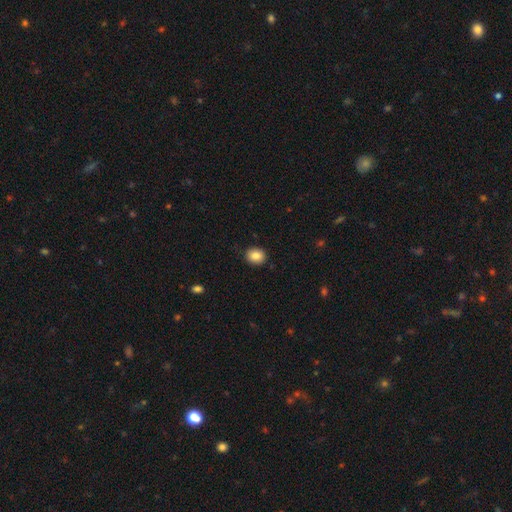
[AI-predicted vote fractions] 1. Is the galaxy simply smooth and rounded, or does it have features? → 86% smooth, 9% star or artifact, 5% featured or disk.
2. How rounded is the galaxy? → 62% round, 37% in between, 1% cigar-shaped.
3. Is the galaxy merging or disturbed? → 89% none, 8% minor disturbance, 2% major disturbance, 1% merger.